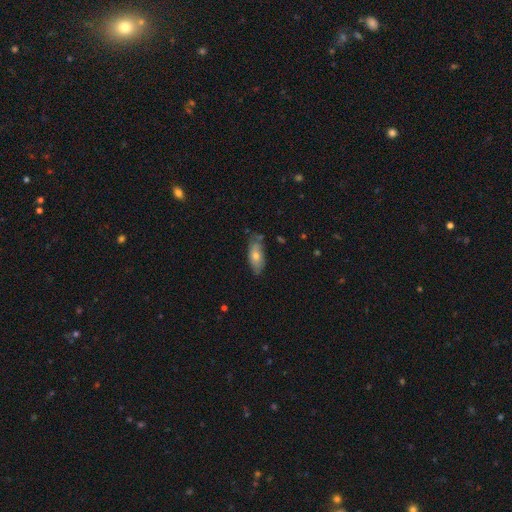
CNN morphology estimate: type=smooth (62%); roundness=in between (81%); merging=none (68%).